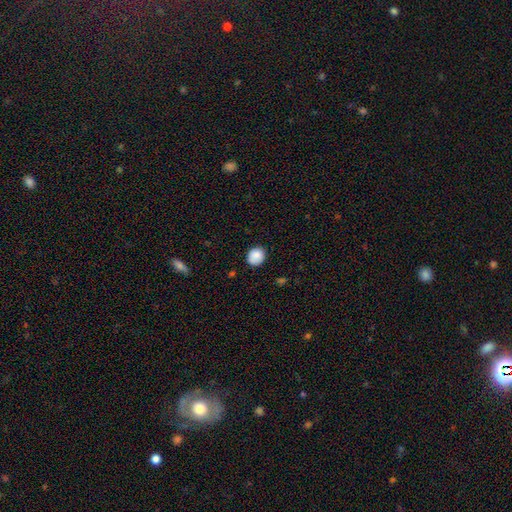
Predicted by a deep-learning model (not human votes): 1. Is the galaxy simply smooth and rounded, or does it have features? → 86% smooth, 8% star or artifact, 5% featured or disk.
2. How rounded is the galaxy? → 80% round, 19% in between, 1% cigar-shaped.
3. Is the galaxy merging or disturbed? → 83% none, 13% minor disturbance, 2% major disturbance, 1% merger.